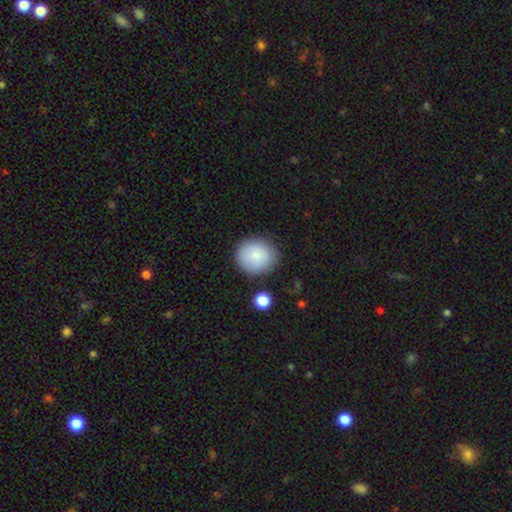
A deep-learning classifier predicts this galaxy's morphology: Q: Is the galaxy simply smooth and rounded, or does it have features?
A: smooth — 84%.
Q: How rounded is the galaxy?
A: round — 83%.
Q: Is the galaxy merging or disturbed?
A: none — 80%.